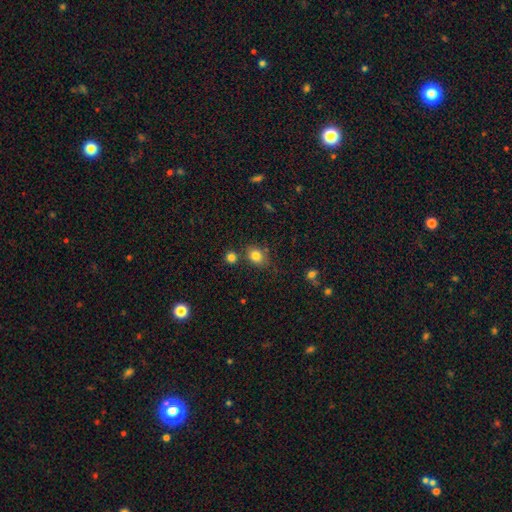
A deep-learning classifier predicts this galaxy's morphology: smooth-or-featured: smooth: 82% | star or artifact: 11% | featured or disk: 7%
  how-rounded: round: 52% | in between: 47% | cigar-shaped: 1%
  merging: none: 70% | minor disturbance: 14% | merger: 12% | major disturbance: 4%